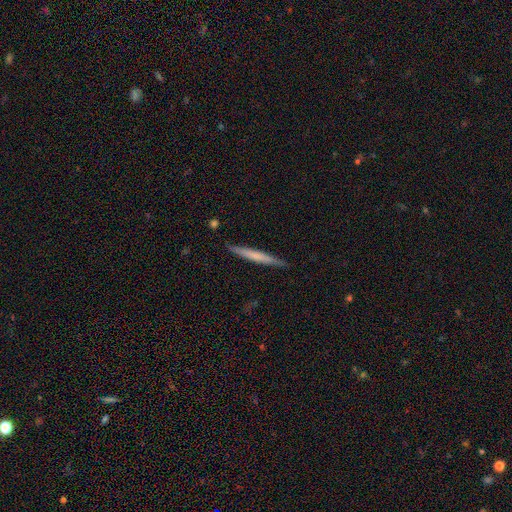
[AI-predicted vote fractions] Smooth or featured?
  - smooth: 53% *
  - featured or disk: 41%
  - star or artifact: 5%
How rounded?
  - cigar-shaped: 96% *
  - in between: 2%
  - round: 1%
Merging?
  - none: 88% *
  - minor disturbance: 9%
  - major disturbance: 2%
  - merger: 1%